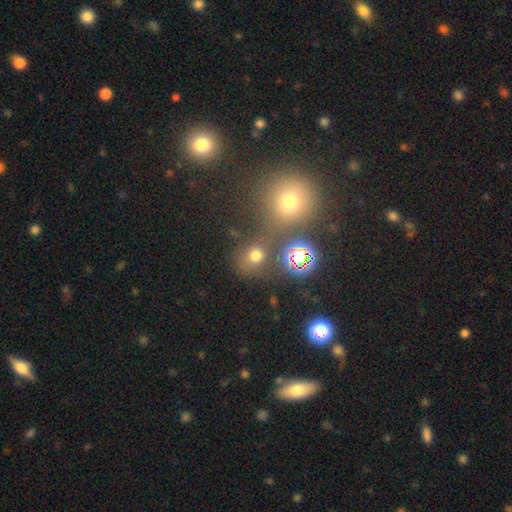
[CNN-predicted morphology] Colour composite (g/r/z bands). It shows a smooth galaxy with no disk features (63%) that is round (77%). Merging: none (63%).